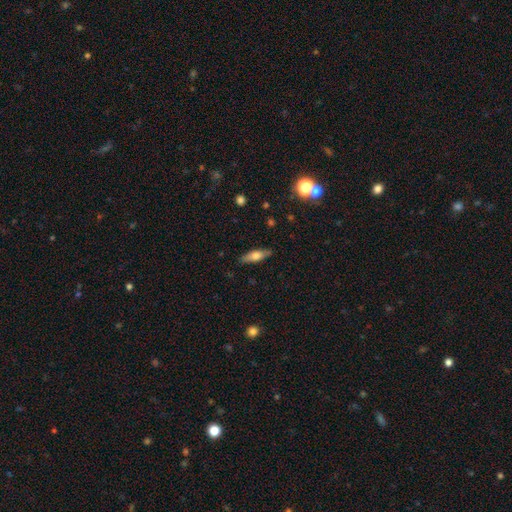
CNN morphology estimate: Q: Smooth or featured?
A: smooth (61%); runner-up: featured or disk (32%)
Q: How rounded?
A: cigar-shaped (49%); tied with: in between (49%)
Q: Merging?
A: none (85%); runner-up: minor disturbance (11%)